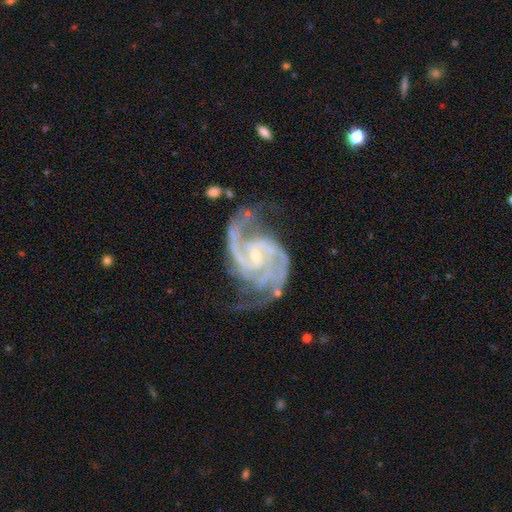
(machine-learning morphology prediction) Smooth or featured? Predicted: featured or disk (p=0.93). Edge-on disk? Predicted: no (p=0.98). Bar? Predicted: no (p=0.45). Spiral arms? Predicted: yes (p=0.99). Spiral winding? Predicted: medium (p=0.56). Spiral arm count? Predicted: 2 (p=0.63). Bulge size? Predicted: small (p=0.78). Merging? Predicted: none (p=0.60).